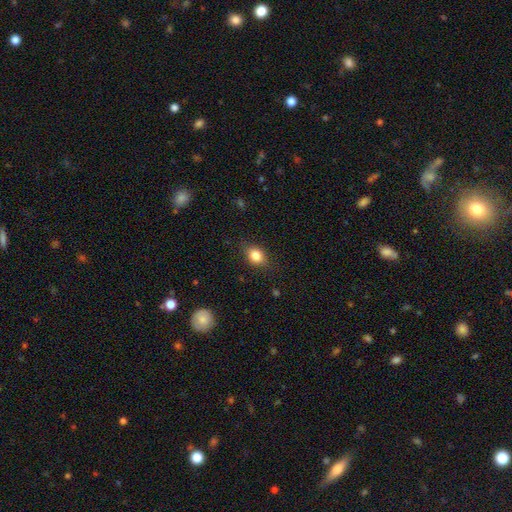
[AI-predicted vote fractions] smooth_or_featured: smooth (p=0.82) [alt: star or artifact p=0.10]
how_rounded: in between (p=0.57) [alt: round p=0.41]
merging: none (p=0.81) [alt: minor disturbance p=0.14]